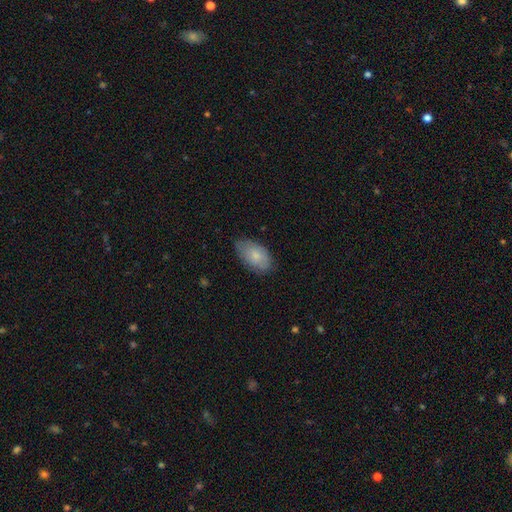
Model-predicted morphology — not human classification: This is likely a smooth galaxy (78%). How rounded: clearly in between (93%). Merging: likely none (73%).